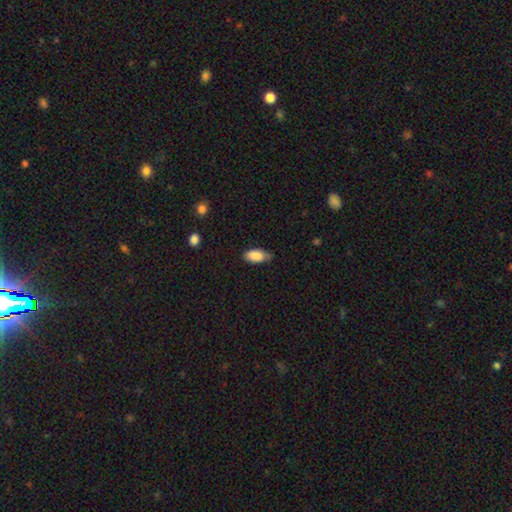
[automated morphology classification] smooth-or-featured: smooth: 87% | star or artifact: 7% | featured or disk: 6%
  how-rounded: in between: 91% | cigar-shaped: 6% | round: 3%
  merging: none: 64% | minor disturbance: 29% | major disturbance: 5% | merger: 2%